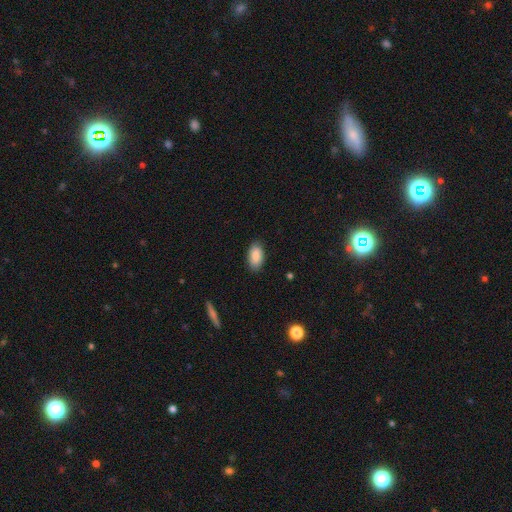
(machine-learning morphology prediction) Smooth or featured?
  - smooth: 87% *
  - featured or disk: 6%
  - star or artifact: 6%
How rounded?
  - in between: 94% *
  - round: 3%
  - cigar-shaped: 3%
Merging?
  - none: 84% *
  - minor disturbance: 12%
  - major disturbance: 2%
  - merger: 1%